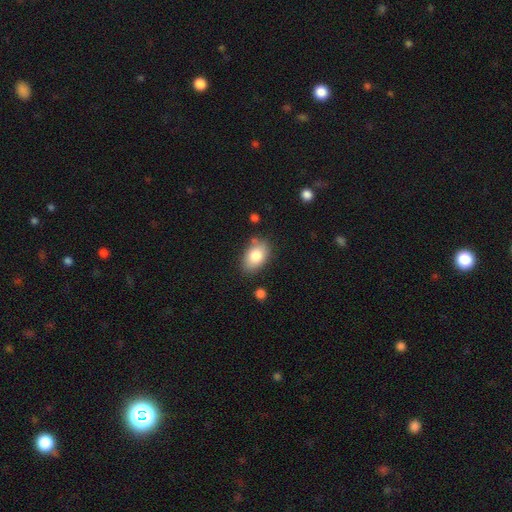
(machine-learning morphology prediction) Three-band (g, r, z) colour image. It shows a smooth galaxy with no disk features (82%) that is in between round and cigar-shaped (88%). Merging: none (75%).